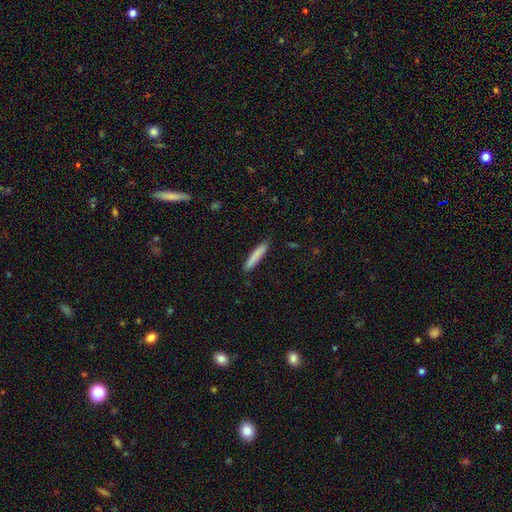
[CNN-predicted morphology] This appears to be a smooth galaxy with no disk features (83%) that is cigar-shaped (91%). Merging: none (88%).